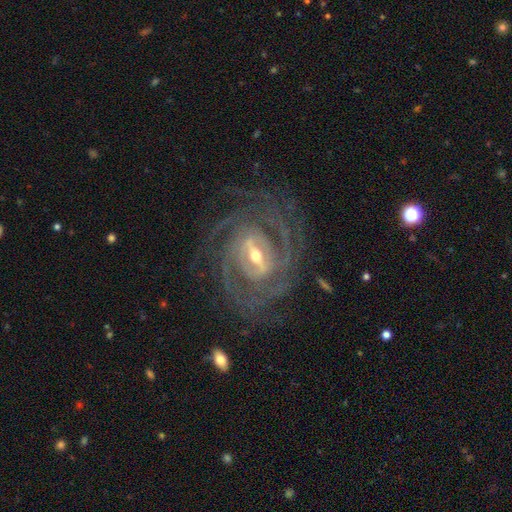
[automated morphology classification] Q: Smooth or featured?
A: featured or disk (92%); runner-up: star or artifact (5%)
Q: Edge-on disk?
A: no (96%); runner-up: yes (4%)
Q: Bar?
A: strong (63%); runner-up: weak (29%)
Q: Spiral arms?
A: yes (97%); runner-up: no (3%)
Q: Spiral winding?
A: tight (62%); runner-up: medium (31%)
Q: Spiral arm count?
A: 2 (22%); tied with: can't tell (22%)
Q: Bulge size?
A: moderate (47%); tied with: small (47%)
Q: Merging?
A: none (73%); runner-up: minor disturbance (14%)